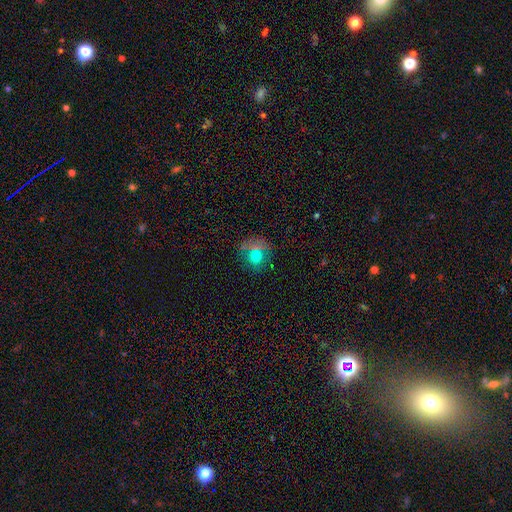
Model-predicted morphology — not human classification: This is likely a smooth galaxy (69%). How rounded: clearly round (86%). Merging: likely none (72%).